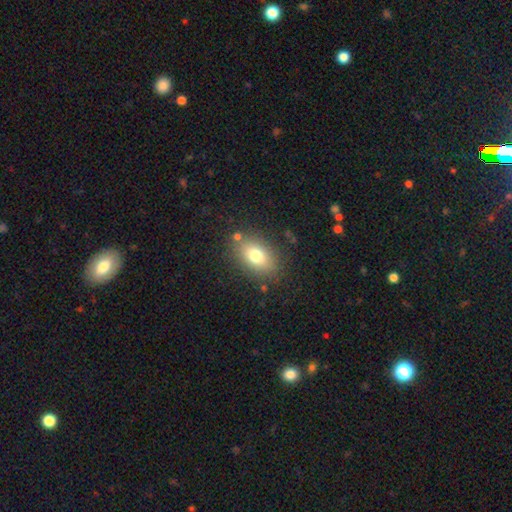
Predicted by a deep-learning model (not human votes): A smooth galaxy with no disk features (75%) that is in between round and cigar-shaped (81%).

Vote fractions:
- Smooth or featured? smooth: 75% / featured or disk: 14% / star or artifact: 11%
- How rounded? in between: 81% / round: 17% / cigar-shaped: 2%
- Merging? none: 81% / minor disturbance: 11% / major disturbance: 4% / merger: 4%